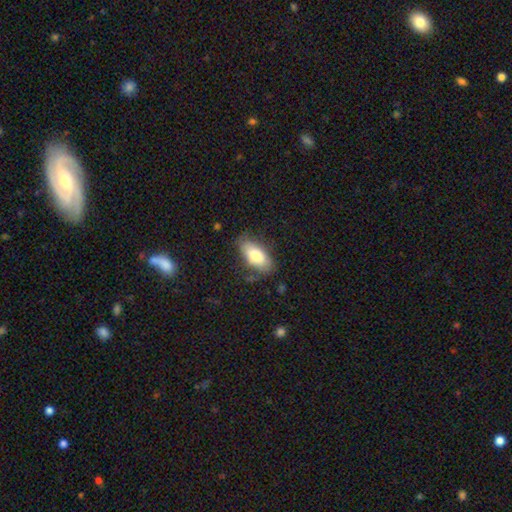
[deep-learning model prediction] Smooth or featured? Predicted: smooth (p=0.78). How rounded? Predicted: in between (p=0.87). Merging? Predicted: none (p=0.73).